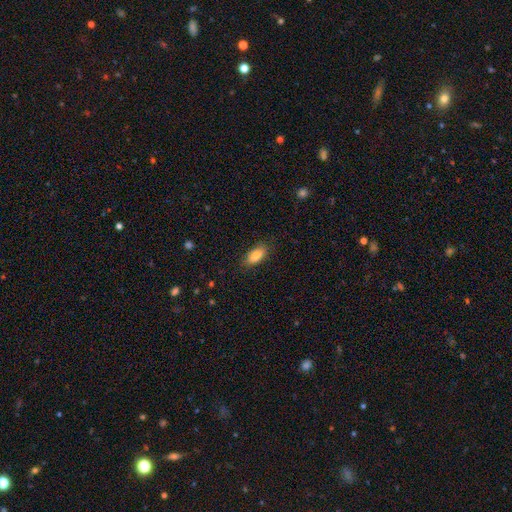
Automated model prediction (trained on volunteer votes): smooth 86%, star or artifact 7%, featured or disk 7%. Down the decision tree: how rounded — in between (88%); merging — none (84%).